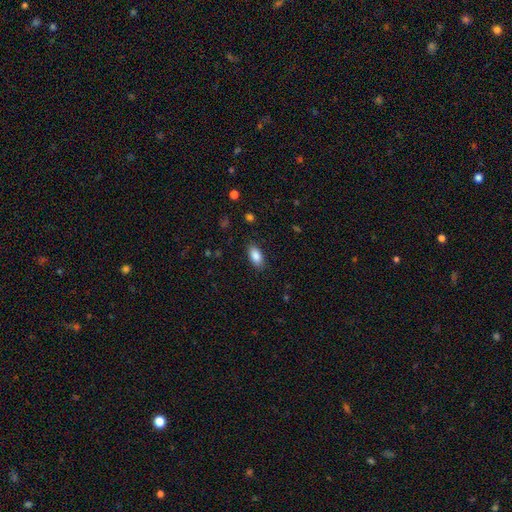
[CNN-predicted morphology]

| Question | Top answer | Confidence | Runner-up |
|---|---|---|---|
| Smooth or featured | smooth | 87% | star or artifact (7%) |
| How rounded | in between | 91% | cigar-shaped (5%) |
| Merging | none | 87% | minor disturbance (10%) |